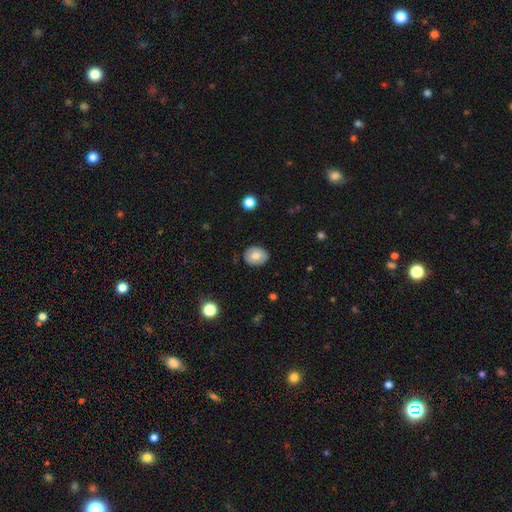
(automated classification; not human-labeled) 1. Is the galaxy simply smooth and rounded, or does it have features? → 73% smooth, 20% featured or disk, 7% star or artifact.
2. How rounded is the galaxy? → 50% round, 49% in between, 1% cigar-shaped.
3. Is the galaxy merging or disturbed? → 86% none, 10% minor disturbance, 2% major disturbance, 1% merger.